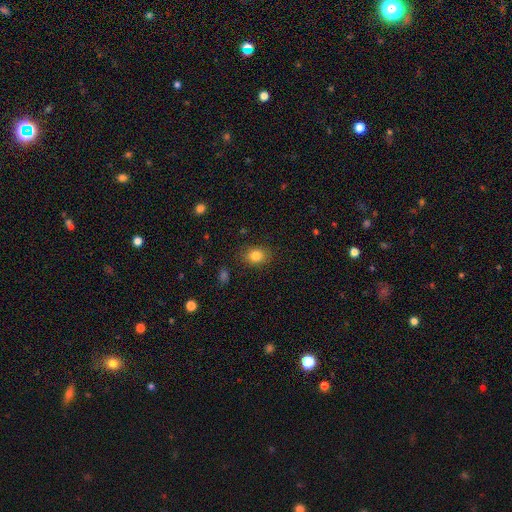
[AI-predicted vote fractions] smooth-or-featured: smooth: 83% | star or artifact: 10% | featured or disk: 7%
  how-rounded: in between: 55% | round: 44% | cigar-shaped: 1%
  merging: none: 86% | minor disturbance: 10% | major disturbance: 3% | merger: 1%